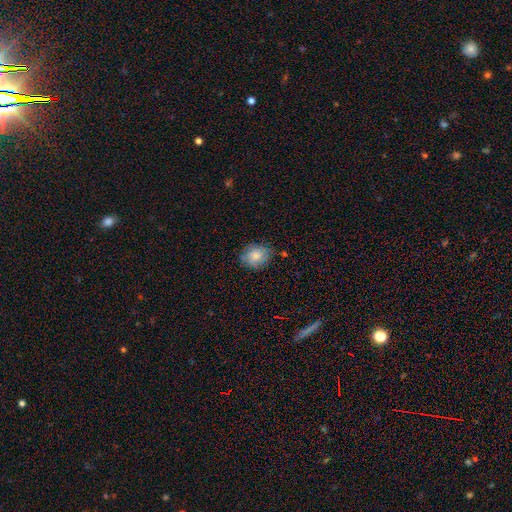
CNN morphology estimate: type=smooth (72%); roundness=round (60%); merging=none (77%).